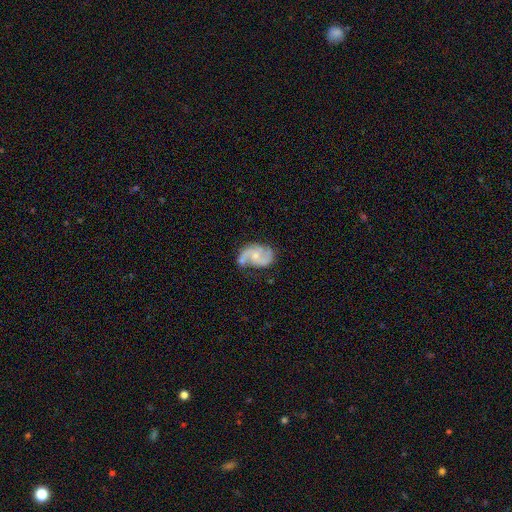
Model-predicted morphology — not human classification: A featured or disk galaxy (82%) with no bar (55%), 2 (86%) medium (49%) spiral arms (95%) and a small central bulge (55%).

Vote fractions:
- Smooth or featured? featured or disk: 82% / smooth: 12% / star or artifact: 6%
- Edge-on disk? no: 98% / yes: 2%
- Bar? no: 55% / weak: 38% / strong: 7%
- Spiral arms? yes: 95% / no: 5%
- Spiral winding? medium: 49% / loose: 35% / tight: 16%
- Spiral arm count? 2: 86% / can't tell: 5% / 3: 4% / 1: 3% / 4: 1% / more than 4: 1%
- Bulge size? small: 55% / moderate: 36% / none: 6% / large: 2% / dominant: 1%
- Merging? none: 53% / minor disturbance: 26% / major disturbance: 12% / merger: 9%